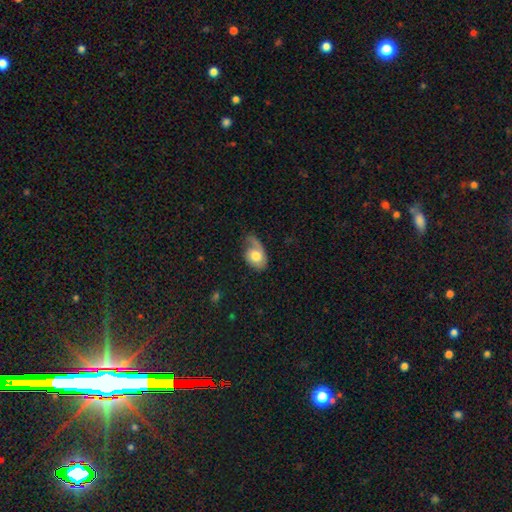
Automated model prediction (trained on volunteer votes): A smooth galaxy with no disk features (55%) that is in between round and cigar-shaped (82%). Merging: none (35%).